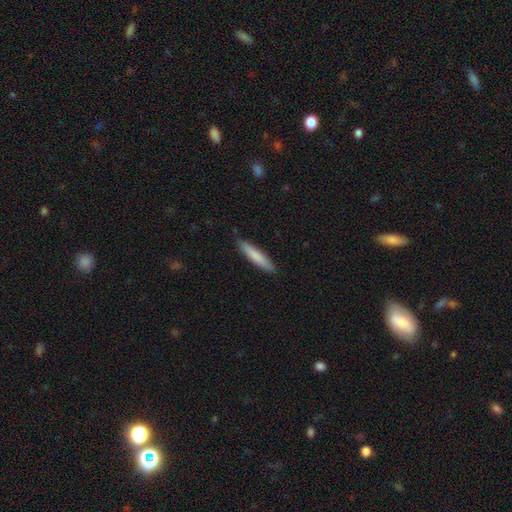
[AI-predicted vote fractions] This appears to be a smooth galaxy with no disk features (81%) that is cigar-shaped (89%). Merging: none (89%).